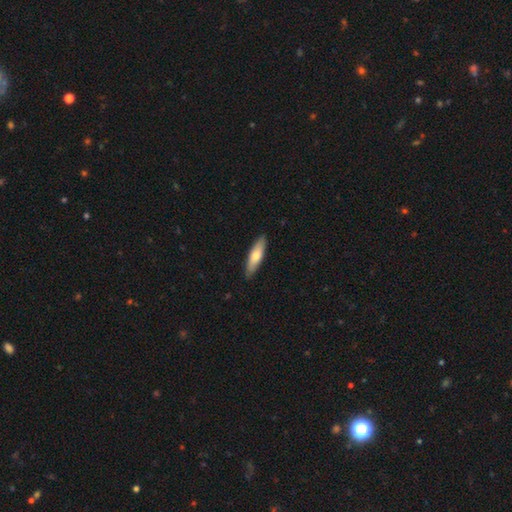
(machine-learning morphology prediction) This is likely a smooth galaxy (68%). How rounded: likely cigar-shaped (66%). Merging: clearly none (89%).